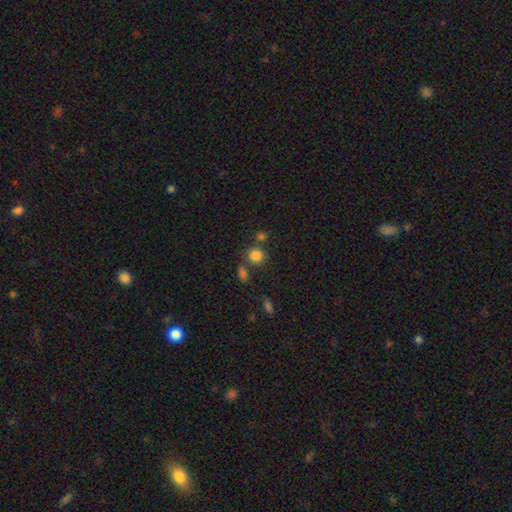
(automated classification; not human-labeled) This appears to be a smooth galaxy with no disk features (82%) that is round (82%). Merging: none (68%).